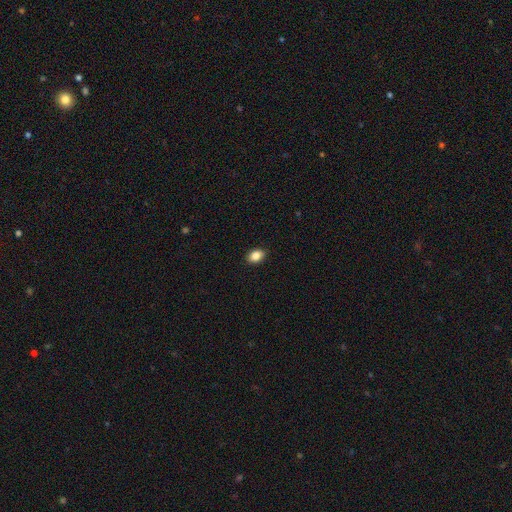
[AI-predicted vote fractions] smooth-or-featured: smooth: 86% | star or artifact: 9% | featured or disk: 5%
  how-rounded: in between: 79% | round: 20% | cigar-shaped: 1%
  merging: none: 90% | minor disturbance: 7% | major disturbance: 2% | merger: 1%